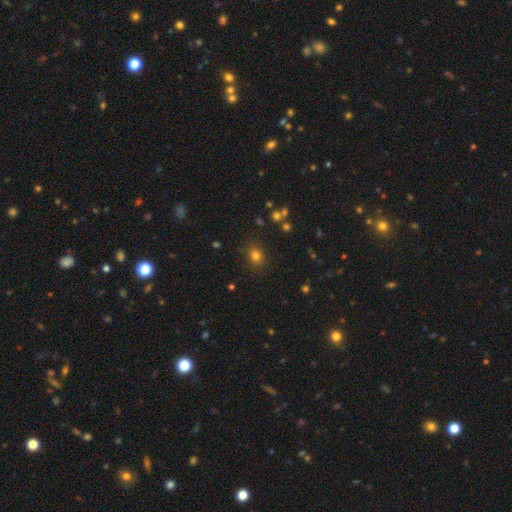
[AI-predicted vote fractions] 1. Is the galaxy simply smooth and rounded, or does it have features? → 77% smooth, 16% star or artifact, 7% featured or disk.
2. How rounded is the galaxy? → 61% round, 38% in between, 1% cigar-shaped.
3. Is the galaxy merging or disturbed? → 84% none, 11% minor disturbance, 4% major disturbance, 2% merger.